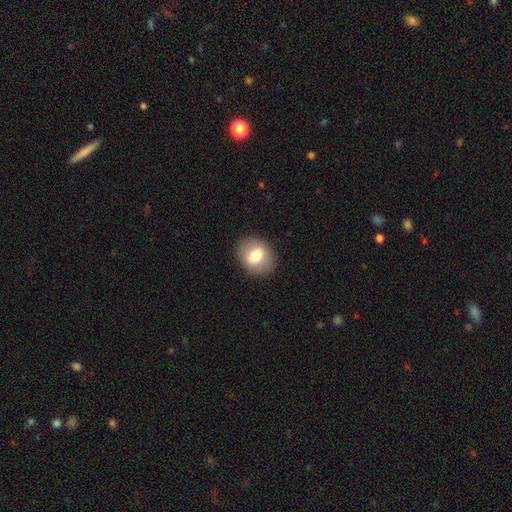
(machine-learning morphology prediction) This is likely a smooth galaxy (74%). How rounded: possibly in between (52%). Merging: clearly none (88%).